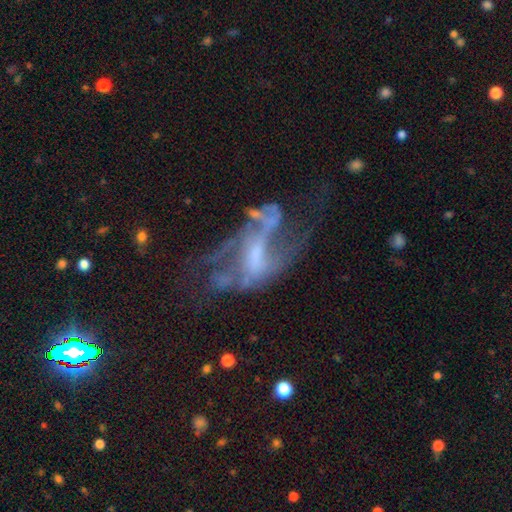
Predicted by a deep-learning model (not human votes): Morphology: type=featured or disk (76%); edge-on=no (93%); bar=no (40%, tied with weak); spiral arms=yes (64%); bulge=small (37%); merging=major disturbance (40%).